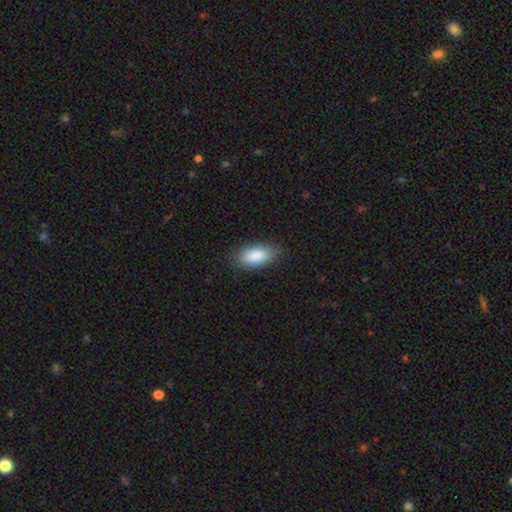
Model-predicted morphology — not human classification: smooth_or_featured: smooth (p=0.89) [alt: star or artifact p=0.06]
how_rounded: in between (p=0.91) [alt: cigar-shaped p=0.06]
merging: none (p=0.83) [alt: minor disturbance p=0.13]